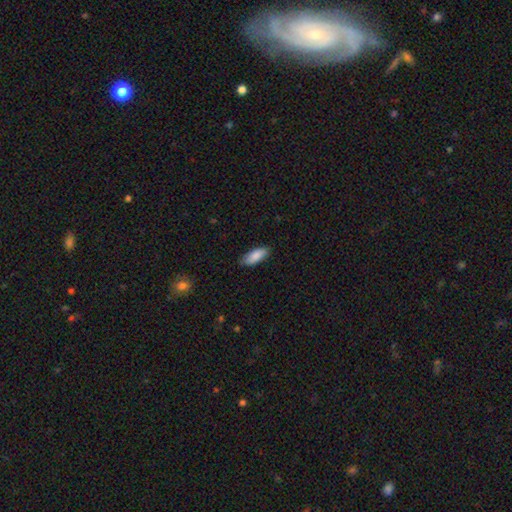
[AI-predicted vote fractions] Smooth or featured?
  - smooth: 87% *
  - featured or disk: 7%
  - star or artifact: 6%
How rounded?
  - in between: 78% *
  - cigar-shaped: 20%
  - round: 2%
Merging?
  - none: 84% *
  - minor disturbance: 12%
  - major disturbance: 2%
  - merger: 1%